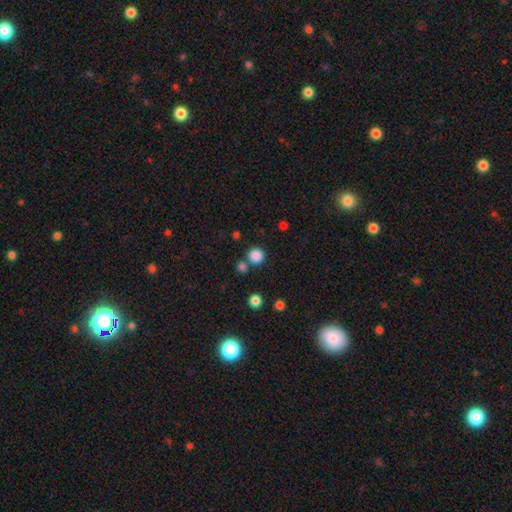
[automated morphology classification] smooth_or_featured: smooth (p=0.85) [alt: star or artifact p=0.12]
how_rounded: round (p=0.93) [alt: in between p=0.06]
merging: none (p=0.77) [alt: merger p=0.13]